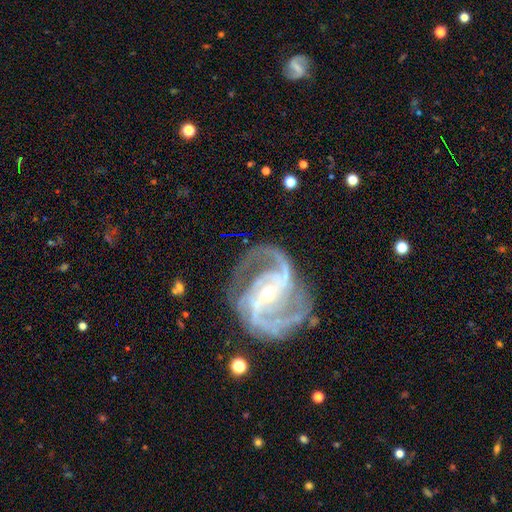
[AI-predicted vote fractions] Smooth or featured? featured or disk (91%)
Edge-on disk? no (97%)
Bar? strong (51%)
Spiral arms? yes (98%)
Spiral winding? medium (54%)
Spiral arm count? 2 (74%)
Bulge size? small (67%)
Merging? none (70%)